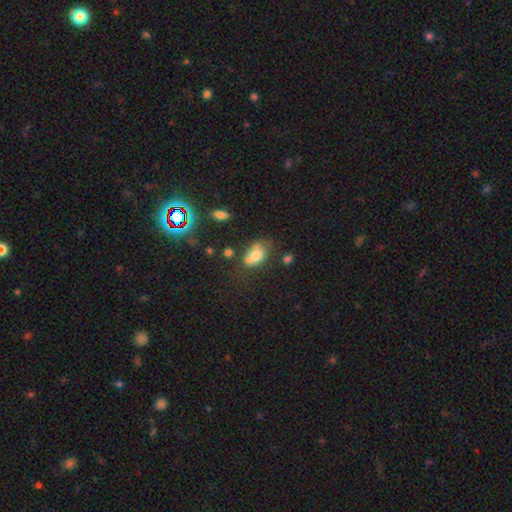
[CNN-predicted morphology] A smooth galaxy with no disk features (69%) that is in between round and cigar-shaped (81%). Merging: none (37%).